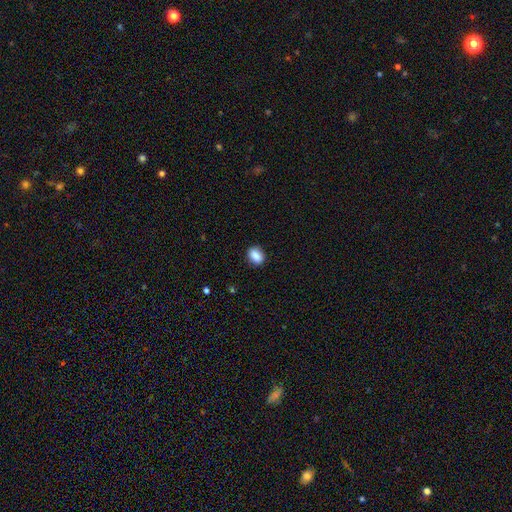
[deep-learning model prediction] This appears to be a smooth galaxy with no disk features (87%) that is in between round and cigar-shaped (66%). Merging: none (86%).